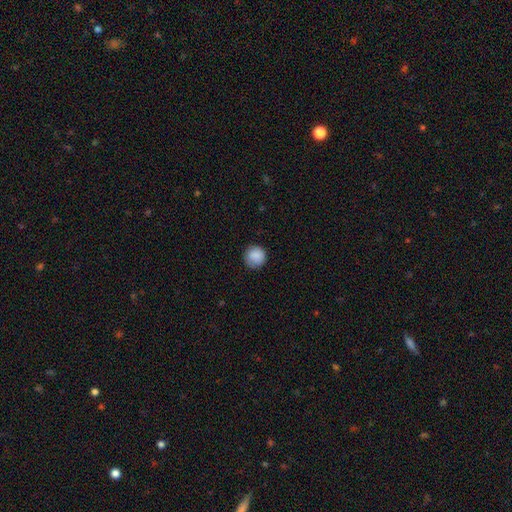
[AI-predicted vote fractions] Q: Smooth or featured?
A: smooth (88%); runner-up: star or artifact (8%)
Q: How rounded?
A: round (94%); runner-up: in between (5%)
Q: Merging?
A: none (84%); runner-up: minor disturbance (13%)